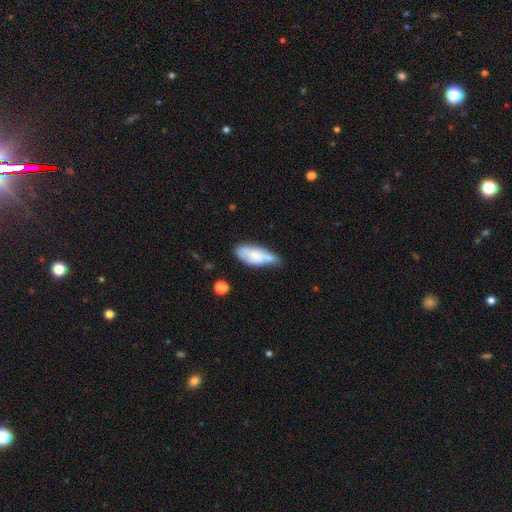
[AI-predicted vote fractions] Smooth or featured: smooth — 68% (featured or disk — 25%)
How rounded: in between — 78% (cigar-shaped — 19%)
Merging: none — 43% (minor disturbance — 35%)